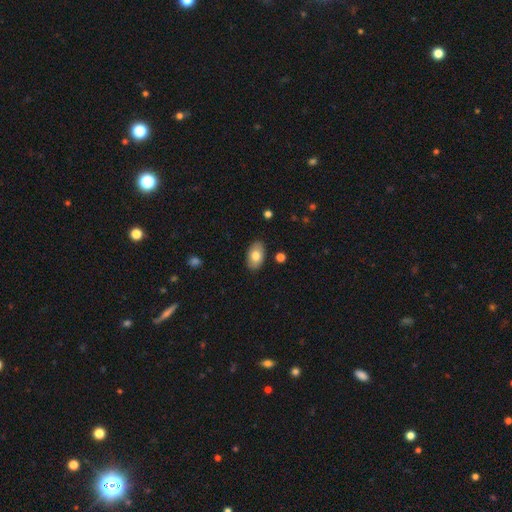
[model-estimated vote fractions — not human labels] This is likely a smooth galaxy (78%). How rounded: clearly in between (93%). Merging: clearly none (87%).